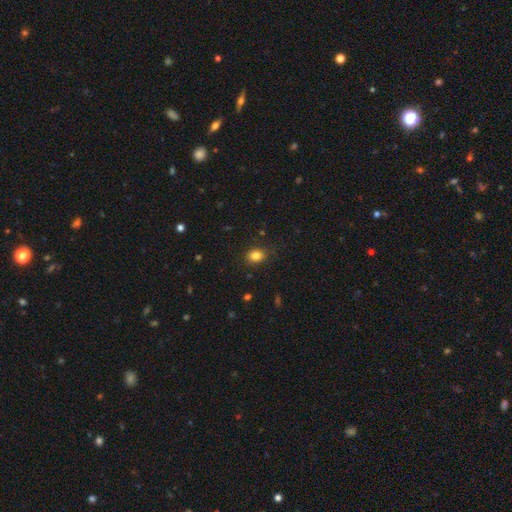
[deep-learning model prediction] smooth_or_featured: smooth (p=0.84) [alt: star or artifact p=0.11]
how_rounded: in between (p=0.54) [alt: round p=0.45]
merging: none (p=0.84) [alt: minor disturbance p=0.11]